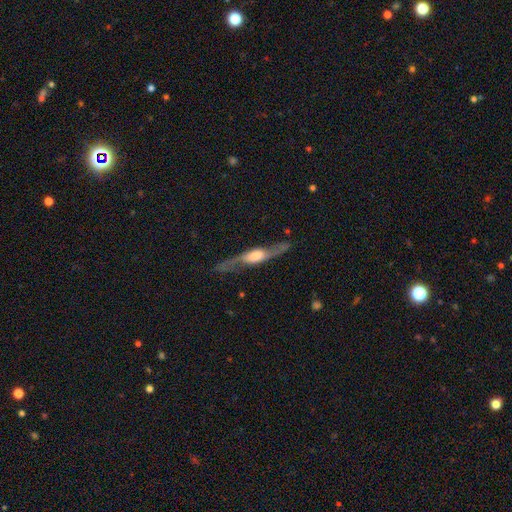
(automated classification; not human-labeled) smooth-or-featured: featured or disk: 79% | smooth: 16% | star or artifact: 5%
  disk-edge-on: yes: 68% | no: 32%
    edge-on-bulge: rounded: 76% | boxy: 17% | none: 7%
  merging: none: 77% | minor disturbance: 15% | major disturbance: 6% | merger: 2%